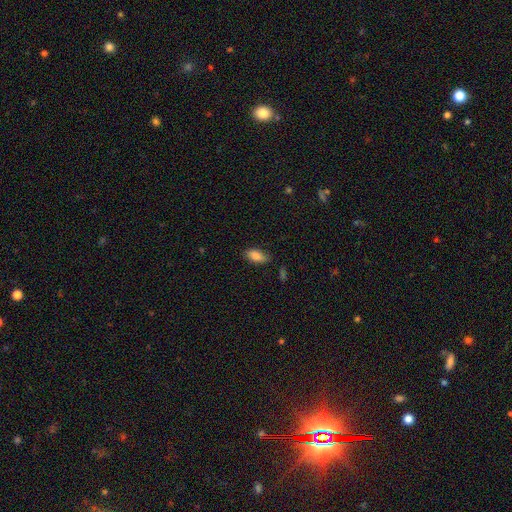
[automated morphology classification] Q: Smooth or featured?
A: smooth (85%); runner-up: star or artifact (8%)
Q: How rounded?
A: in between (89%); runner-up: cigar-shaped (9%)
Q: Merging?
A: none (77%); runner-up: minor disturbance (18%)